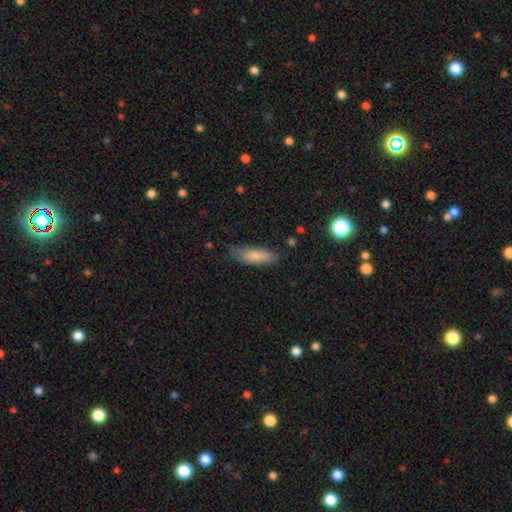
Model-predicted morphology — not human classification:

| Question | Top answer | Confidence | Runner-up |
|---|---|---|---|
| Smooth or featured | smooth | 82% | featured or disk (12%) |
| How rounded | in between | 55% | cigar-shaped (43%) |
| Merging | none | 76% | minor disturbance (19%) |